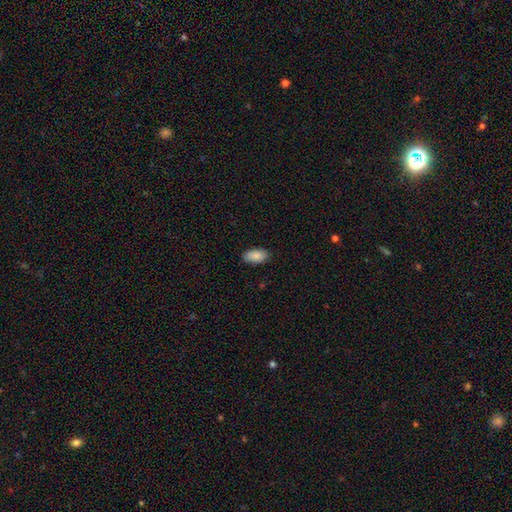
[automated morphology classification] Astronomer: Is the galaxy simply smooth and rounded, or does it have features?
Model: smooth — 88%.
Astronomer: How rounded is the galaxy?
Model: in between — 95%.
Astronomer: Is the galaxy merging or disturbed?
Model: none — 87%.